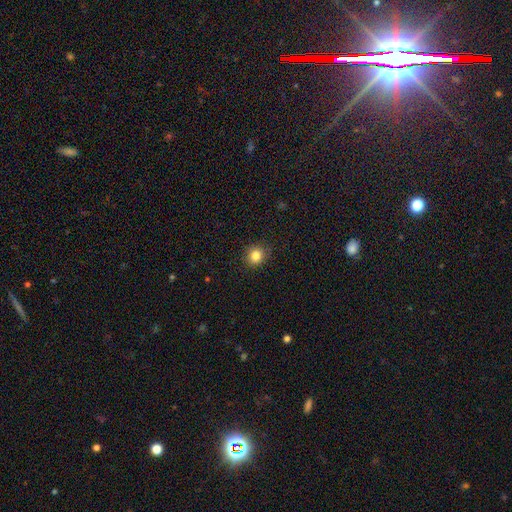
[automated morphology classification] Smooth or featured? Predicted: smooth (p=0.84). How rounded? Predicted: round (p=0.83). Merging? Predicted: none (p=0.88).